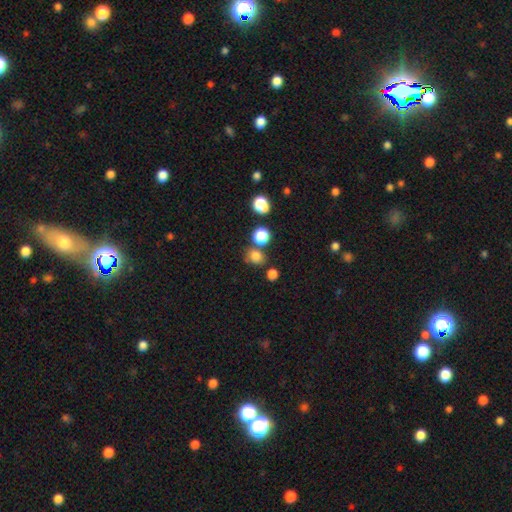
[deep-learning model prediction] smooth_or_featured: smooth (p=0.79) [alt: star or artifact p=0.15]
how_rounded: round (p=0.70) [alt: in between p=0.29]
merging: none (p=0.69) [alt: merger p=0.16]